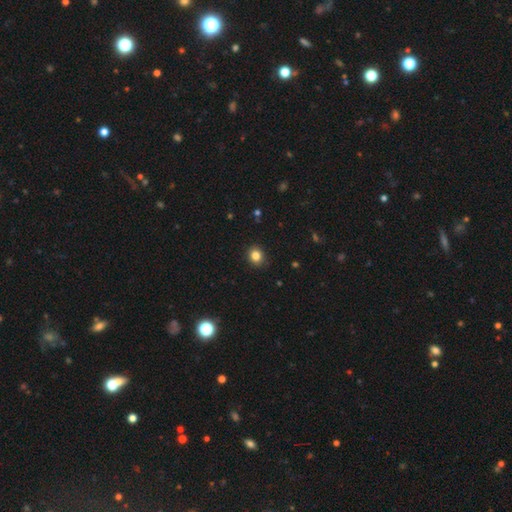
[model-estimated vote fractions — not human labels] Q: Smooth or featured?
A: smooth (83%); runner-up: star or artifact (12%)
Q: How rounded?
A: round (77%); runner-up: in between (22%)
Q: Merging?
A: none (89%); runner-up: minor disturbance (8%)